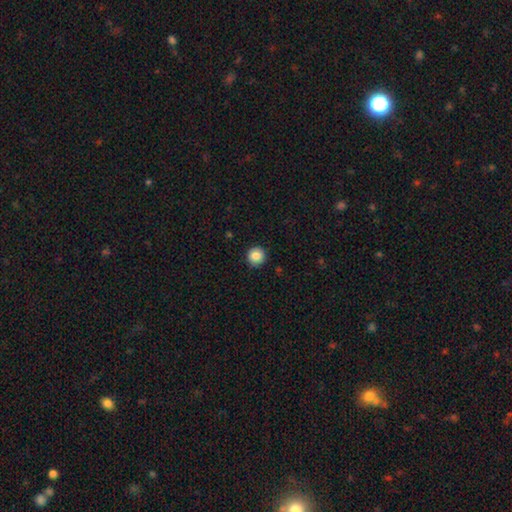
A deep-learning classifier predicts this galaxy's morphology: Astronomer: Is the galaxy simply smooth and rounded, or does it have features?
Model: smooth — 86%.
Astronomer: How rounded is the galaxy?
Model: round — 94%.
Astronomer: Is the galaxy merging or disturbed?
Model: none — 91%.